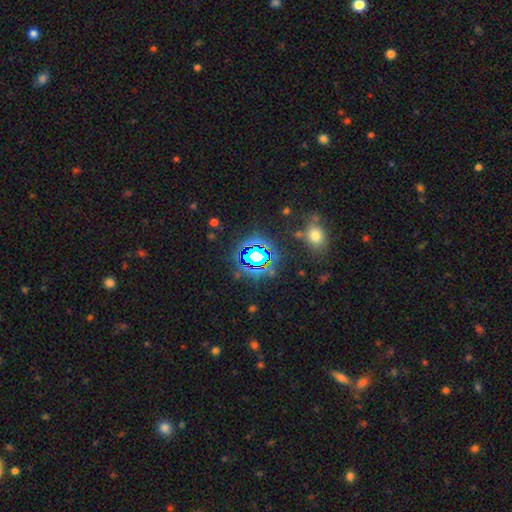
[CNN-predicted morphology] Smooth or featured: star or artifact — 73% (smooth — 17%)